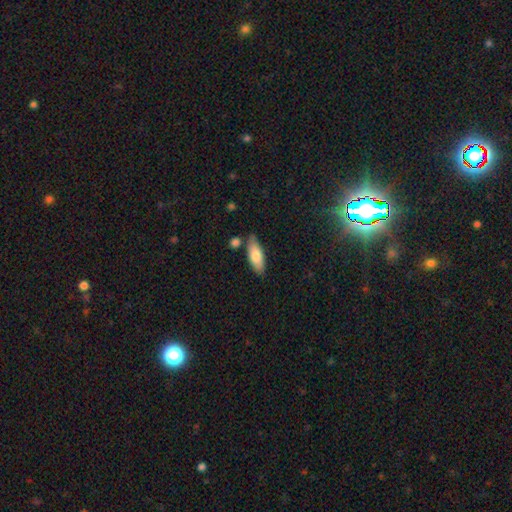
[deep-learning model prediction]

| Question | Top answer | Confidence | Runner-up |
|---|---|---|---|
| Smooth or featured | smooth | 77% | featured or disk (17%) |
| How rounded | in between | 73% | cigar-shaped (25%) |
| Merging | none | 74% | minor disturbance (16%) |